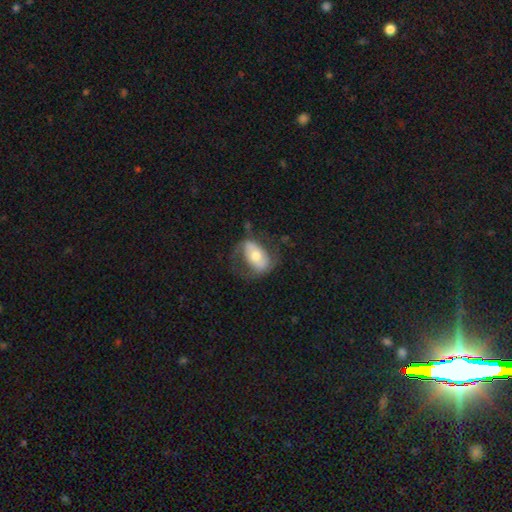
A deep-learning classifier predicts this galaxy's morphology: This appears to be a featured or disk galaxy (48%). Merging: none (49%).